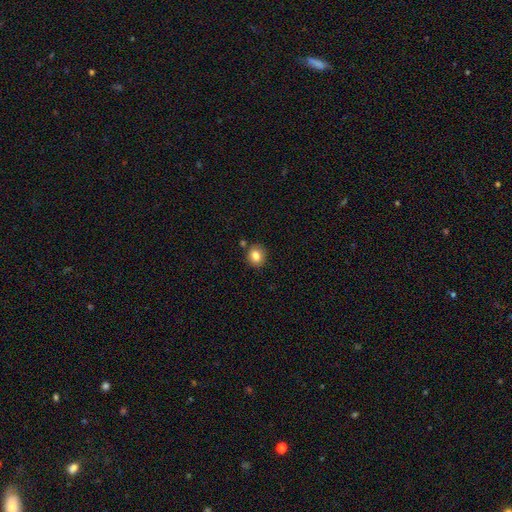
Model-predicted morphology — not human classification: This appears to be a smooth galaxy with no disk features (83%) that is round (74%). Merging: none (83%).